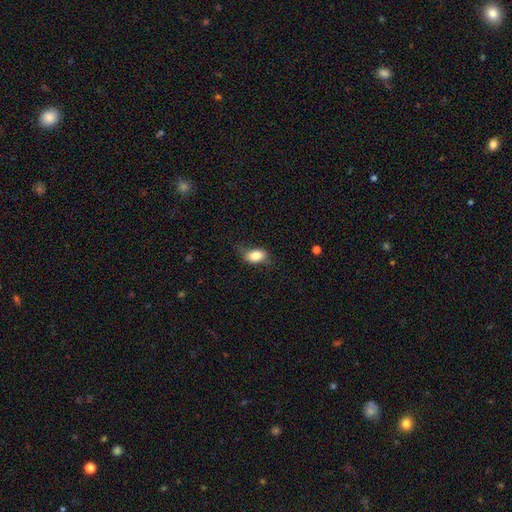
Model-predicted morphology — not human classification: type=smooth (80%); roundness=in between (84%); merging=none (60%).